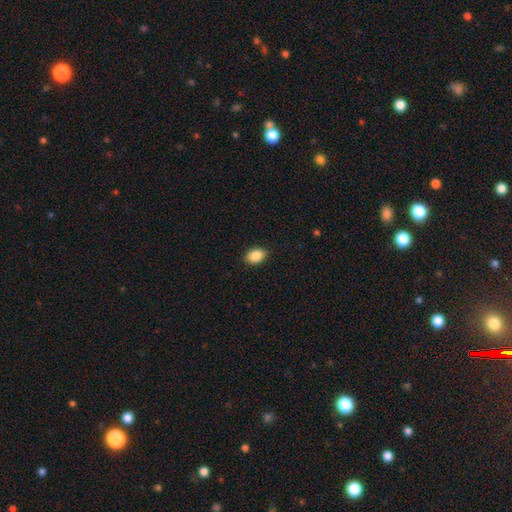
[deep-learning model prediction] smooth_or_featured: smooth (p=0.88) [alt: star or artifact p=0.08]
how_rounded: in between (p=0.82) [alt: round p=0.17]
merging: none (p=0.89) [alt: minor disturbance p=0.08]